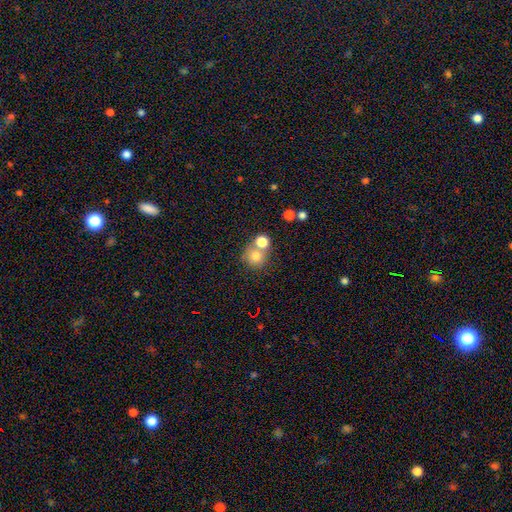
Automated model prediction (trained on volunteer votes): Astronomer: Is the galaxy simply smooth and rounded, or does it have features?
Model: smooth — 77%.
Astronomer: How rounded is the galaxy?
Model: round — 88%.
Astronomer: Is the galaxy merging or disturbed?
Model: none — 52% (runner-up: merger, 37%).